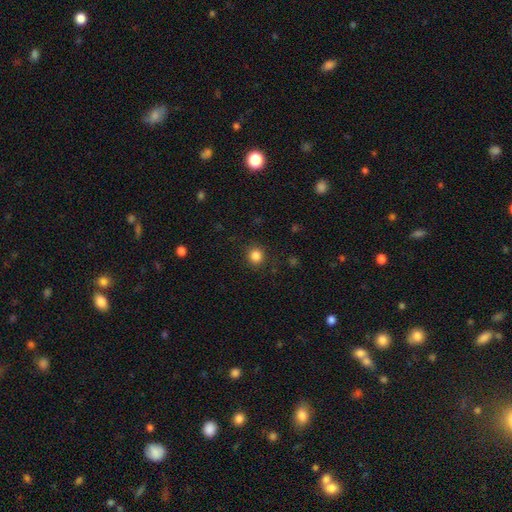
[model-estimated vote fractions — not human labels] Smooth or featured?
  - smooth: 84% *
  - star or artifact: 12%
  - featured or disk: 4%
How rounded?
  - round: 92% *
  - in between: 7%
  - cigar-shaped: 1%
Merging?
  - none: 90% *
  - minor disturbance: 7%
  - major disturbance: 3%
  - merger: 1%